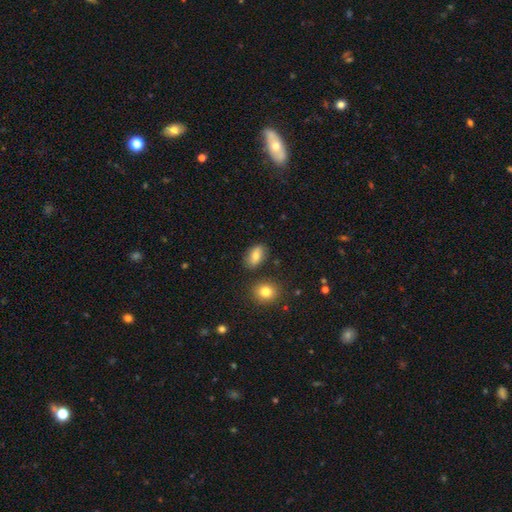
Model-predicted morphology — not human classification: A smooth galaxy with no disk features (76%) that is in between round and cigar-shaped (87%).

Vote fractions:
- Smooth or featured? smooth: 76% / featured or disk: 15% / star or artifact: 9%
- How rounded? in between: 87% / round: 10% / cigar-shaped: 3%
- Merging? none: 82% / minor disturbance: 11% / merger: 4% / major disturbance: 3%